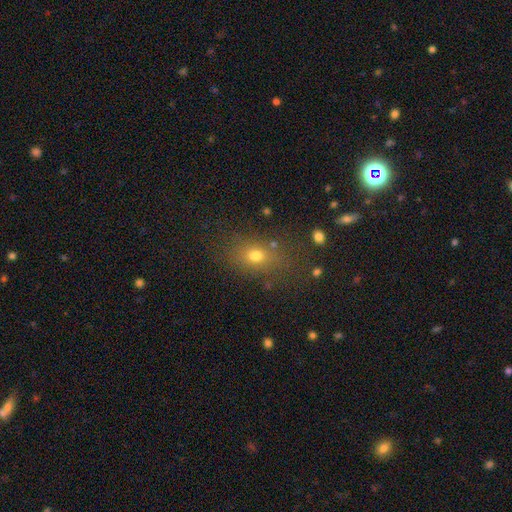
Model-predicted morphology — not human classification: Smooth or featured? smooth (70%)
How rounded? in between (63%)
Merging? none (75%)